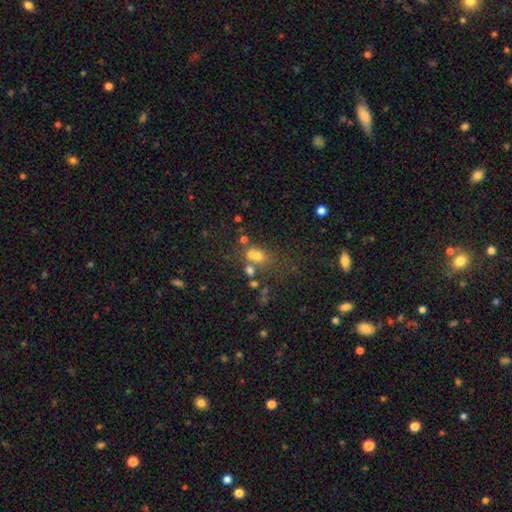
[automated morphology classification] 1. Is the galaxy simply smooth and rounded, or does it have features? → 59% smooth, 23% star or artifact, 18% featured or disk.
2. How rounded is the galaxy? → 51% round, 46% in between, 2% cigar-shaped.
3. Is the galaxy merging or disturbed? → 43% merger, 39% none, 11% minor disturbance, 8% major disturbance.